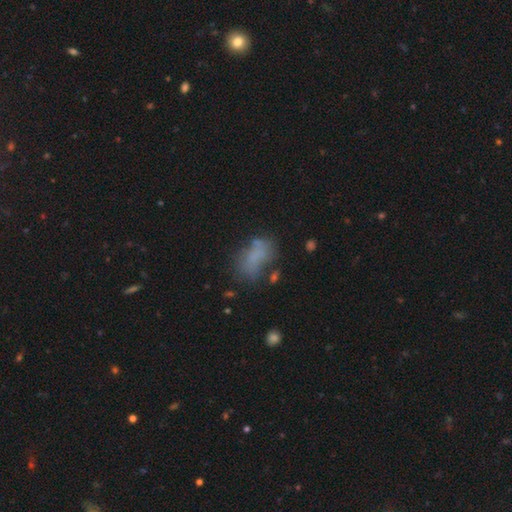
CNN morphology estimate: smooth_or_featured: smooth (p=0.63) [alt: featured or disk p=0.22]
how_rounded: in between (p=0.86) [alt: round p=0.09]
merging: none (p=0.43) [alt: minor disturbance p=0.25]